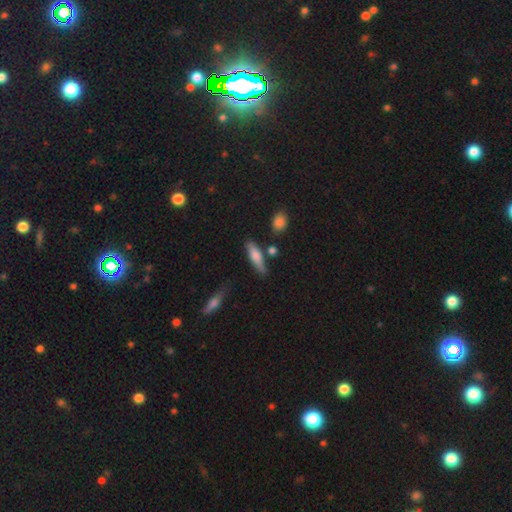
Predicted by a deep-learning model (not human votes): Overall: smooth (70%). How rounded: cigar-shaped (62%; in between 35%). Merging: none (70%).